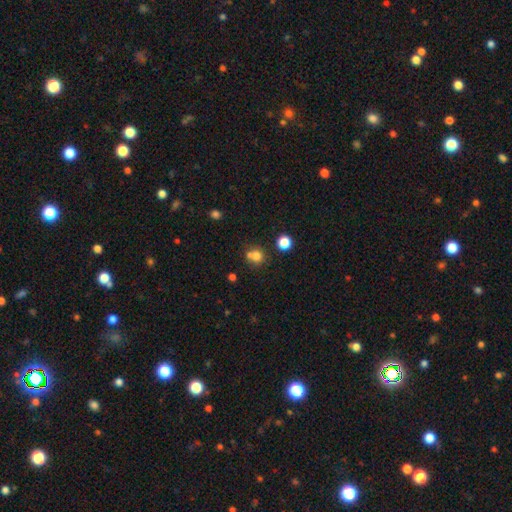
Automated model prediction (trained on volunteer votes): smooth-or-featured: smooth: 74% | star or artifact: 15% | featured or disk: 11%
  how-rounded: round: 84% | in between: 15% | cigar-shaped: 1%
  merging: none: 49% | merger: 39% | minor disturbance: 8% | major disturbance: 4%